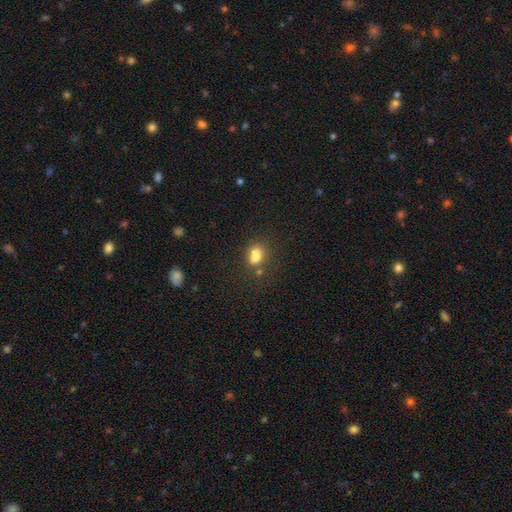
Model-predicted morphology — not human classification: The model was most divided on "merging": none: 58%, merger: 18%, minor disturbance: 18%, major disturbance: 6%. More confident: smooth or featured — smooth (80%); how rounded — in between (73%).